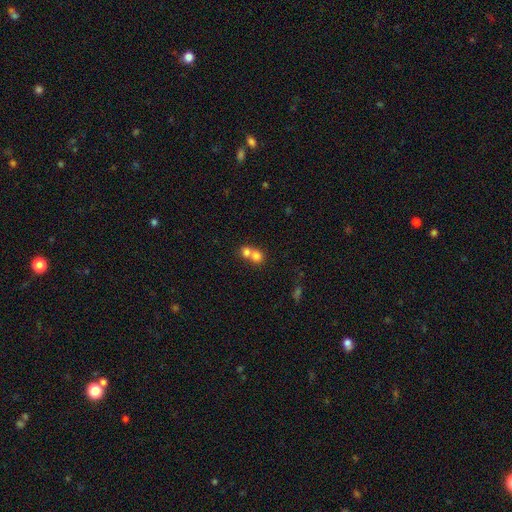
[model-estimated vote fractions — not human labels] A smooth galaxy with no disk features (75%) that is round (78%).

Vote fractions:
- Smooth or featured? smooth: 75% / featured or disk: 14% / star or artifact: 11%
- How rounded? round: 78% / in between: 21% / cigar-shaped: 1%
- Merging? merger: 66% / none: 28% / minor disturbance: 4% / major disturbance: 2%